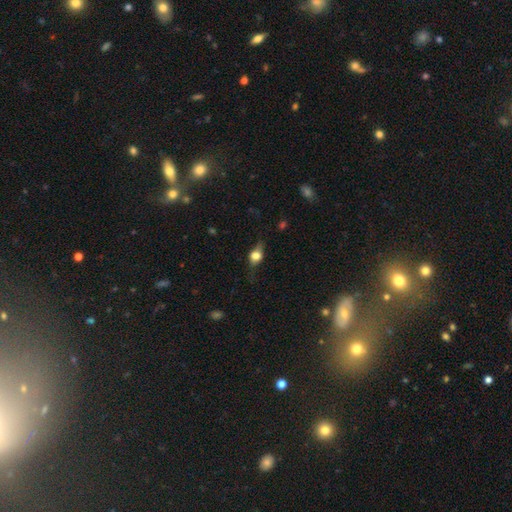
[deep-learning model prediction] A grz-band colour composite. It shows a smooth galaxy with no disk features (55%) that is in between round and cigar-shaped (58%). Merging: none (66%).